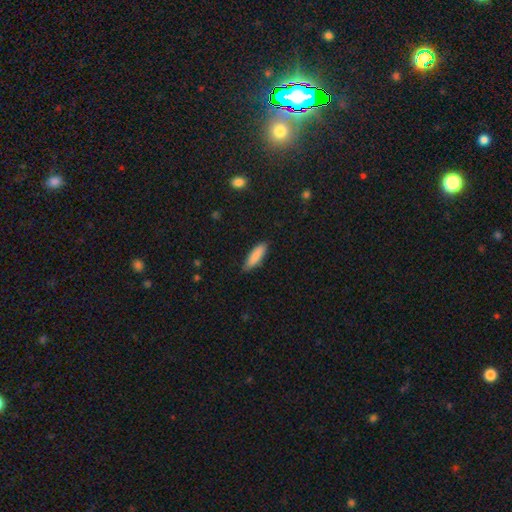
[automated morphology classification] Smooth or featured: smooth — 86% (featured or disk — 8%)
How rounded: cigar-shaped — 52% (in between — 46%)
Merging: none — 78% (minor disturbance — 18%)